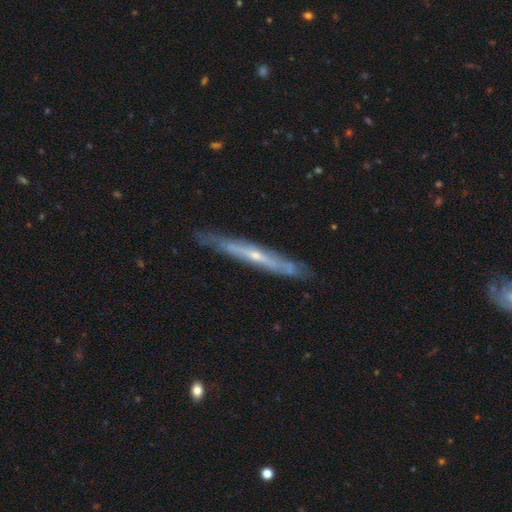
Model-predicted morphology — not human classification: A featured or disk galaxy (73%) viewed edge-on (88%) with a rounded central bulge (55%).

Vote fractions:
- Smooth or featured? featured or disk: 73% / smooth: 21% / star or artifact: 6%
- Edge-on disk? yes: 88% / no: 12%
- Edge-on bulge? rounded: 55% / none: 42% / boxy: 3%
- Merging? none: 82% / minor disturbance: 15% / major disturbance: 2% / merger: 2%